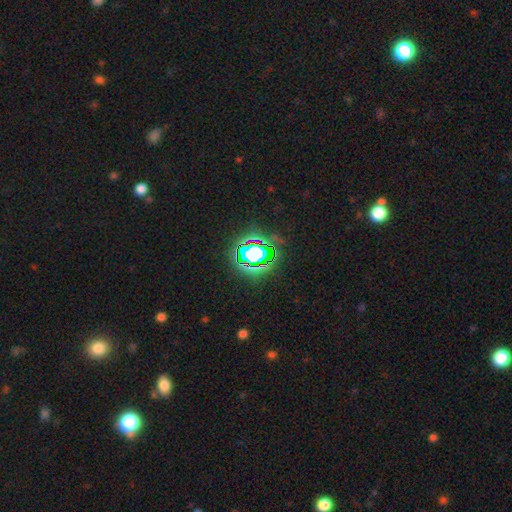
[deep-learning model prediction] The model was most divided on "smooth or featured": star or artifact: 64%, smooth: 21%, featured or disk: 15%.